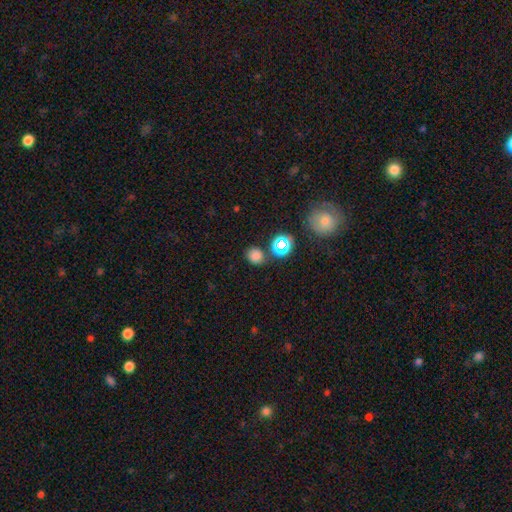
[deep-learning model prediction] Overall: smooth (73%). How rounded: round (73%). Merging: none (76%).